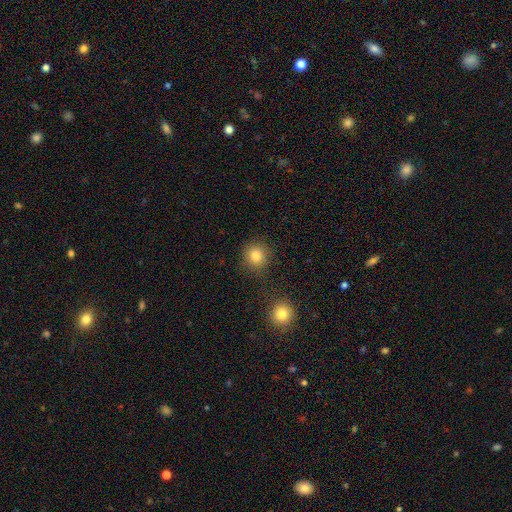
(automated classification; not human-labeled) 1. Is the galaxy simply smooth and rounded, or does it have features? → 83% smooth, 12% star or artifact, 5% featured or disk.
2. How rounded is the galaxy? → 91% round, 8% in between, 1% cigar-shaped.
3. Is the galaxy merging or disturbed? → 83% none, 8% minor disturbance, 6% merger, 3% major disturbance.